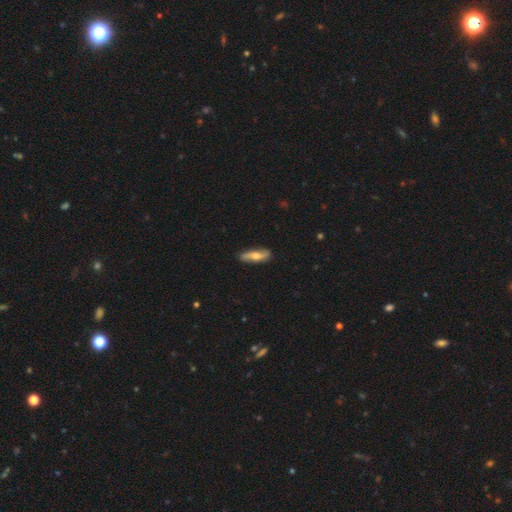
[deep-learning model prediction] Smooth or featured?
  - featured or disk: 50% *
  - smooth: 44%
  - star or artifact: 6%
Edge-on disk?
  - no: 55% *
  - yes: 45%
Merging?
  - none: 83% *
  - minor disturbance: 13%
  - major disturbance: 2%
  - merger: 1%